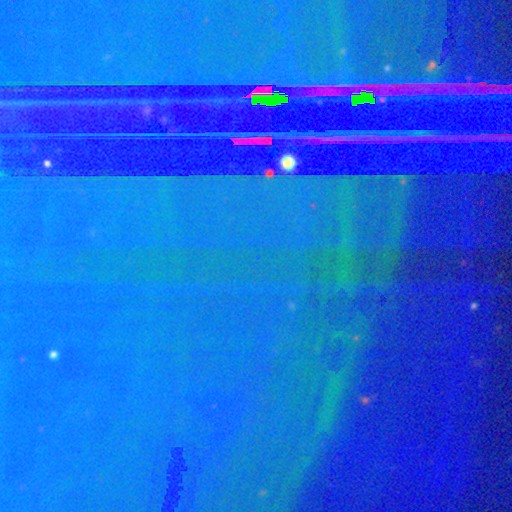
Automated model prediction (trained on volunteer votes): Smooth or featured?
  - star or artifact: 87% *
  - smooth: 6%
  - featured or disk: 6%